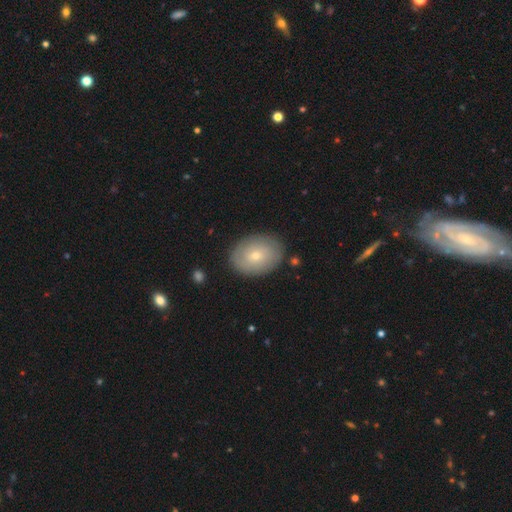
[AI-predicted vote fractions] smooth-or-featured: smooth: 60% | featured or disk: 32% | star or artifact: 8%
  how-rounded: in between: 69% | round: 30% | cigar-shaped: 1%
  merging: none: 85% | minor disturbance: 11% | major disturbance: 3% | merger: 1%